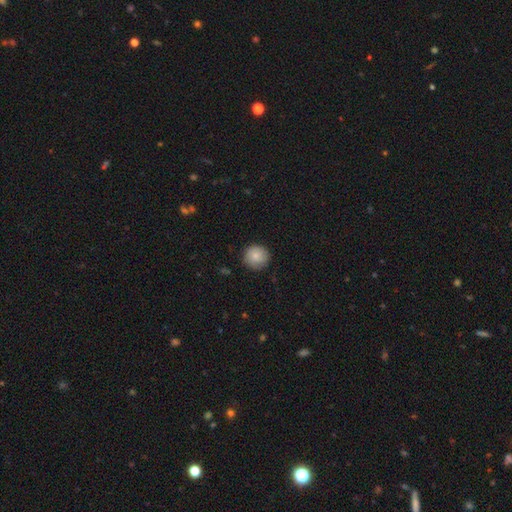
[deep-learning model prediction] Smooth or featured? smooth (84%)
How rounded? round (94%)
Merging? none (86%)